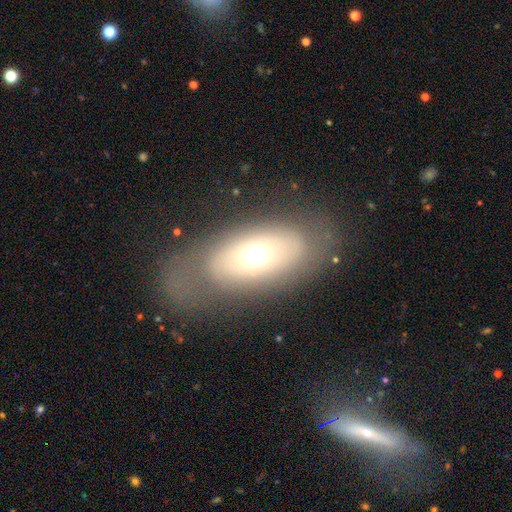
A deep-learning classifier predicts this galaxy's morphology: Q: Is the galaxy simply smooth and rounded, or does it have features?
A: smooth — 46%.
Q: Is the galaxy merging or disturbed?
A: none — 59%.